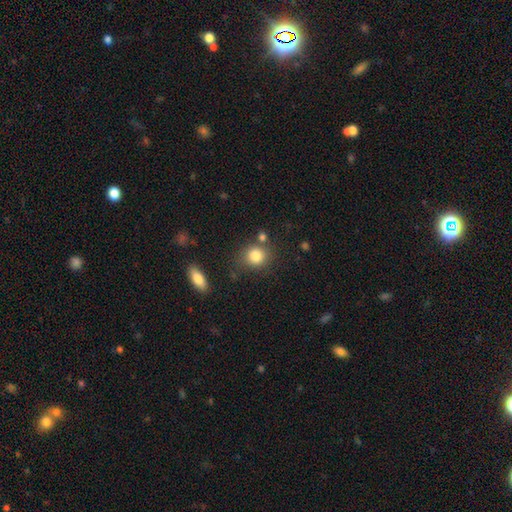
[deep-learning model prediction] The model was most divided on "how rounded": round: 78%, in between: 21%, cigar-shaped: 1%. More confident: smooth or featured — smooth (84%); merging — none (71%).